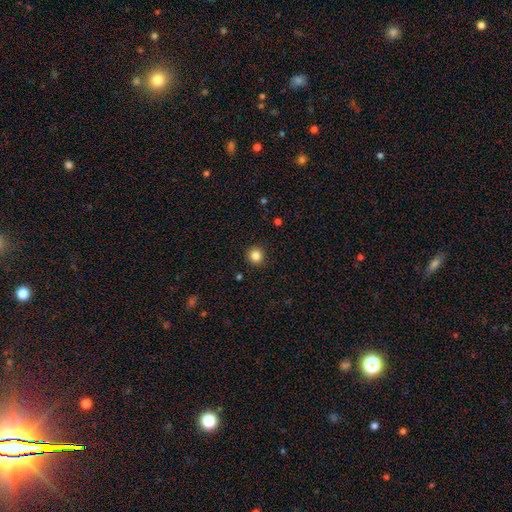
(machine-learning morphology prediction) The model was most divided on "smooth or featured": smooth: 85%, star or artifact: 11%, featured or disk: 4%. More confident: how rounded — round (94%); merging — none (92%).